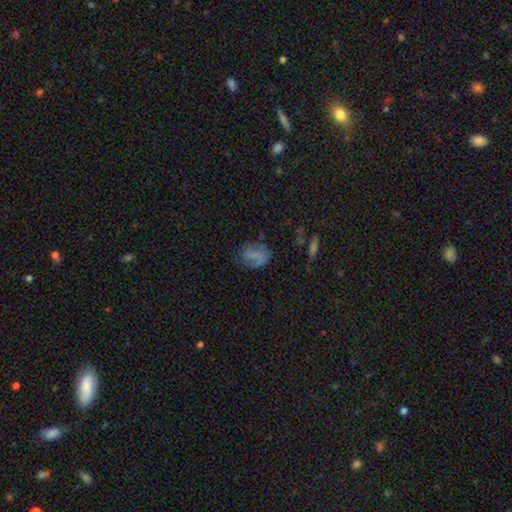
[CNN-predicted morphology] smooth 57%, featured or disk 29%, star or artifact 13%. Down the decision tree: how rounded — in between (63%); merging — none (55%).